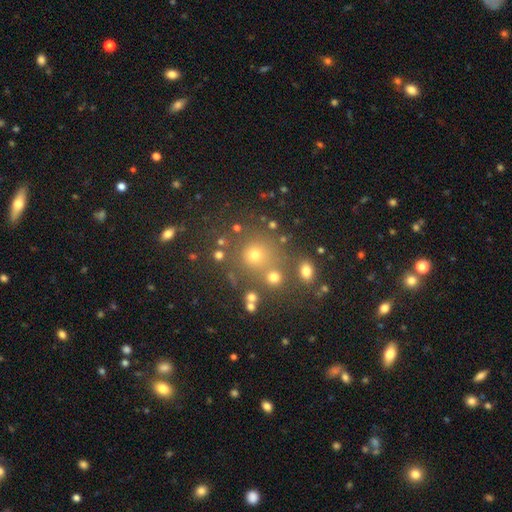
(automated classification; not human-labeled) Smooth or featured?
  - smooth: 61% *
  - star or artifact: 27%
  - featured or disk: 12%
How rounded?
  - round: 88% *
  - in between: 11%
  - cigar-shaped: 1%
Merging?
  - none: 71% *
  - merger: 14%
  - minor disturbance: 10%
  - major disturbance: 5%